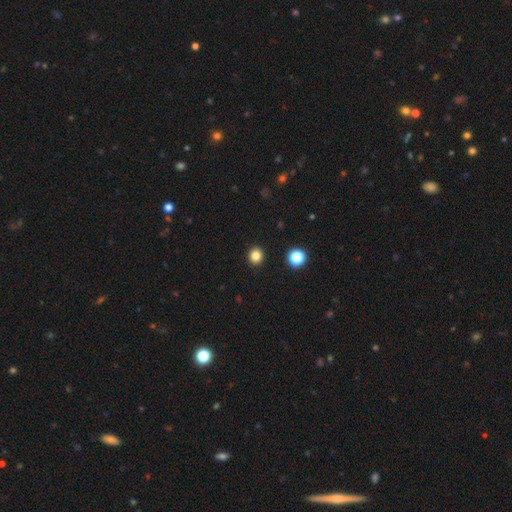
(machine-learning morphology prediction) Smooth or featured: smooth — 83% (star or artifact — 13%)
How rounded: round — 84% (in between — 15%)
Merging: none — 92% (minor disturbance — 5%)